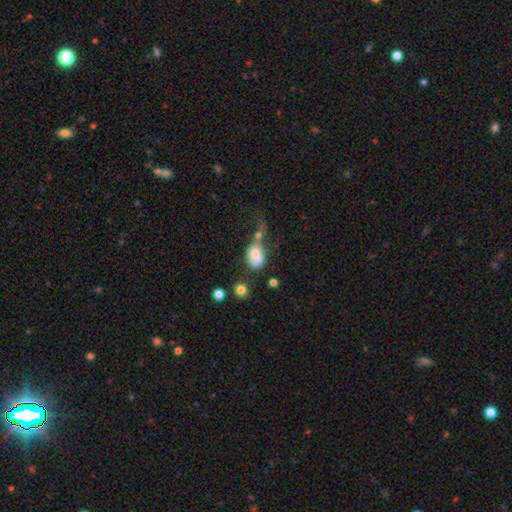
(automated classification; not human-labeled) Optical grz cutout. It shows a smooth galaxy with no disk features (63%) that is in between round and cigar-shaped (70%). Merging: merger (40%).